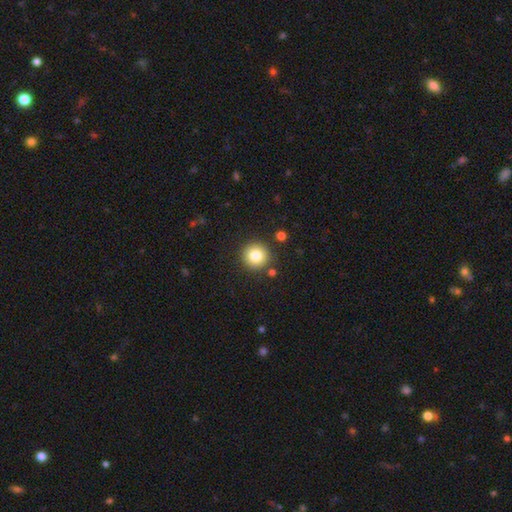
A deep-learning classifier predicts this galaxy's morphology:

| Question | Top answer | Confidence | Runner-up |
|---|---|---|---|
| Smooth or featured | smooth | 82% | star or artifact (11%) |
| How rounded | round | 95% | in between (4%) |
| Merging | none | 89% | minor disturbance (6%) |